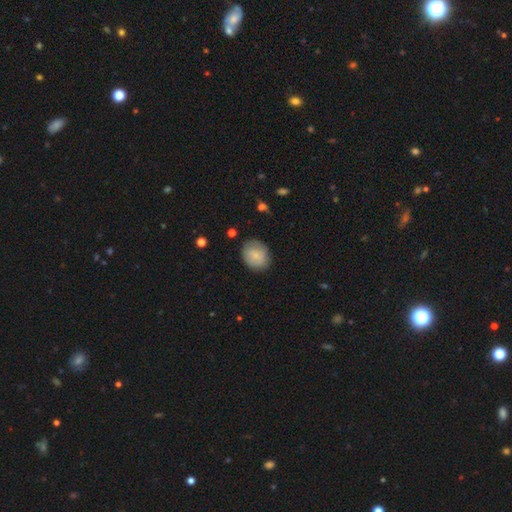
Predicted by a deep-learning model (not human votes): This appears to be a smooth galaxy with no disk features (79%) that is round (54%). Merging: none (81%).